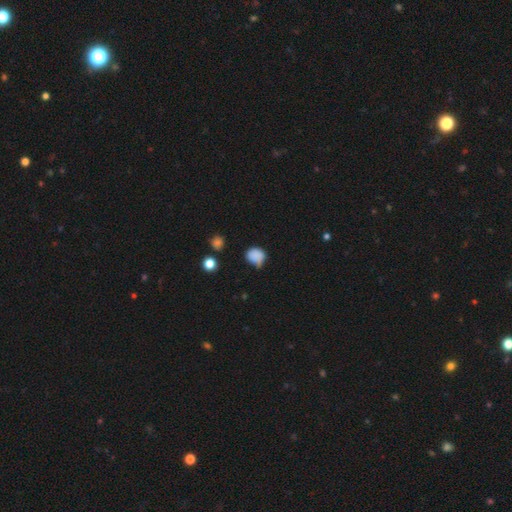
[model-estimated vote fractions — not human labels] The model was most divided on "merging": none: 46%, minor disturbance: 39%, major disturbance: 9%, merger: 5%. More confident: smooth or featured — smooth (82%); how rounded — round (69%).